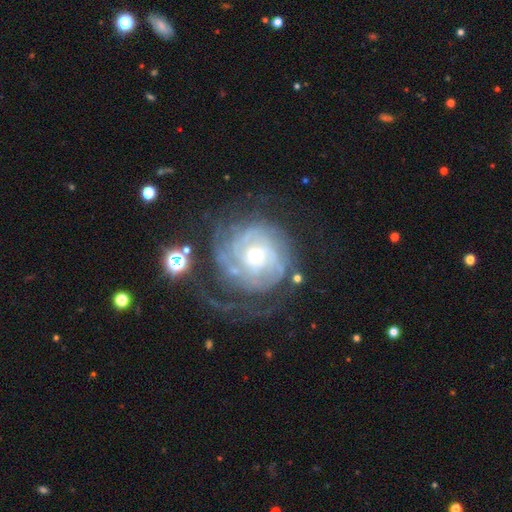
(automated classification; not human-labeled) A featured or disk galaxy (86%) with no bar (72%), tight (67%) spiral arms (94%) and a small central bulge (59%).

Vote fractions:
- Smooth or featured? featured or disk: 86% / smooth: 8% / star or artifact: 6%
- Edge-on disk? no: 97% / yes: 3%
- Bar? no: 72% / weak: 22% / strong: 6%
- Spiral arms? yes: 94% / no: 6%
- Spiral winding? tight: 67% / medium: 24% / loose: 9%
- Spiral arm count? can't tell: 37% / 2: 25% / 3: 15% / 4: 10% / more than 4: 7% / 1: 7%
- Bulge size? small: 59% / moderate: 36% / large: 3% / none: 1% / dominant: 1%
- Merging? none: 54% / major disturbance: 24% / minor disturbance: 18% / merger: 3%